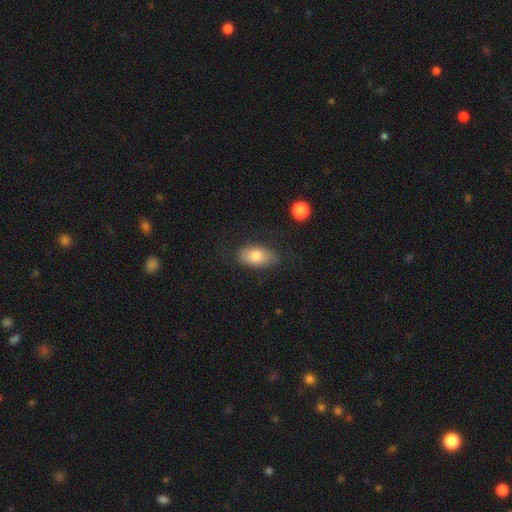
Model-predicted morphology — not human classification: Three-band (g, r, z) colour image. It shows a smooth galaxy with no disk features (79%) that is in between round and cigar-shaped (92%). Merging: none (78%).